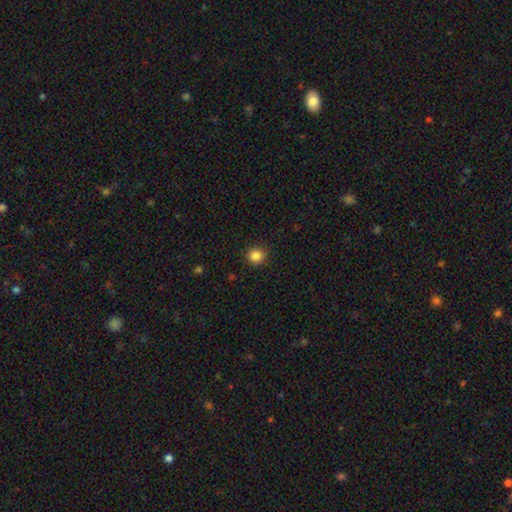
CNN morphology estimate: A smooth galaxy with no disk features (85%) that is round (93%).

Vote fractions:
- Smooth or featured? smooth: 85% / star or artifact: 11% / featured or disk: 3%
- How rounded? round: 93% / in between: 6% / cigar-shaped: 1%
- Merging? none: 90% / minor disturbance: 7% / major disturbance: 2% / merger: 1%